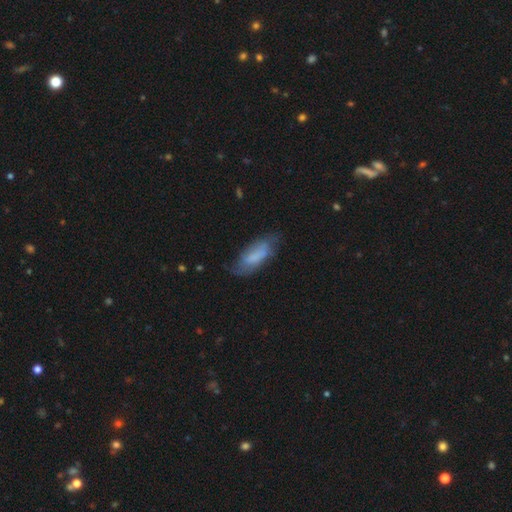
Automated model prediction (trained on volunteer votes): A smooth galaxy with no disk features (65%) that is in between round and cigar-shaped (69%).

Vote fractions:
- Smooth or featured? smooth: 65% / featured or disk: 27% / star or artifact: 8%
- How rounded? in between: 69% / cigar-shaped: 29% / round: 2%
- Merging? none: 59% / minor disturbance: 28% / major disturbance: 10% / merger: 3%